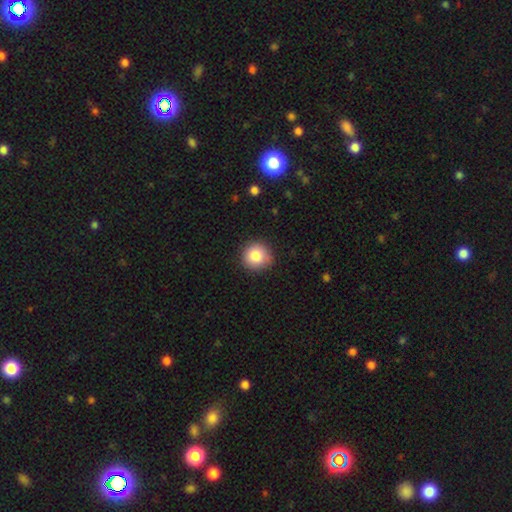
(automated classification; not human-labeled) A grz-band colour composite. It shows a smooth galaxy with no disk features (84%) that is round (92%). Merging: none (86%).